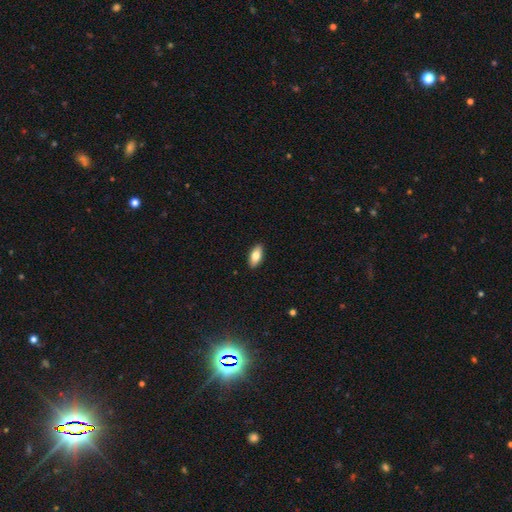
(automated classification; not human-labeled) A smooth galaxy with no disk features (79%) that is in between round and cigar-shaped (87%). Merging: none (90%).